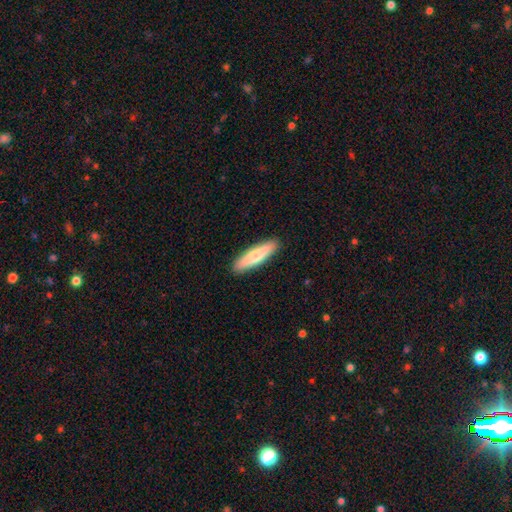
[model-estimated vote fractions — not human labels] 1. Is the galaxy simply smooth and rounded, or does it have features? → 68% smooth, 27% featured or disk, 5% star or artifact.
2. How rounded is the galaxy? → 78% cigar-shaped, 20% in between, 2% round.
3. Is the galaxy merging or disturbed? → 90% none, 7% minor disturbance, 1% major disturbance, 1% merger.